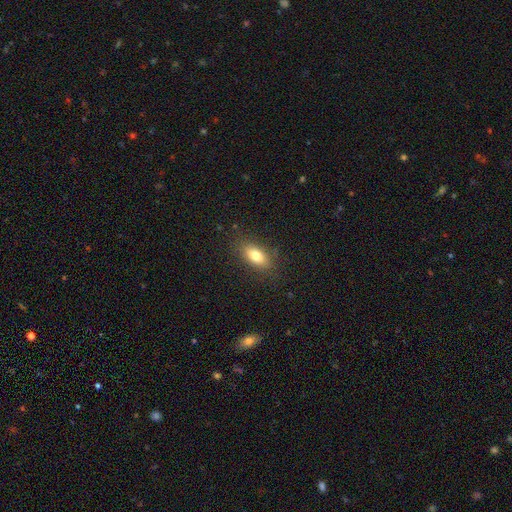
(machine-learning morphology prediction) Q: Smooth or featured?
A: smooth (77%); runner-up: featured or disk (14%)
Q: How rounded?
A: in between (84%); runner-up: cigar-shaped (10%)
Q: Merging?
A: none (84%); runner-up: minor disturbance (11%)